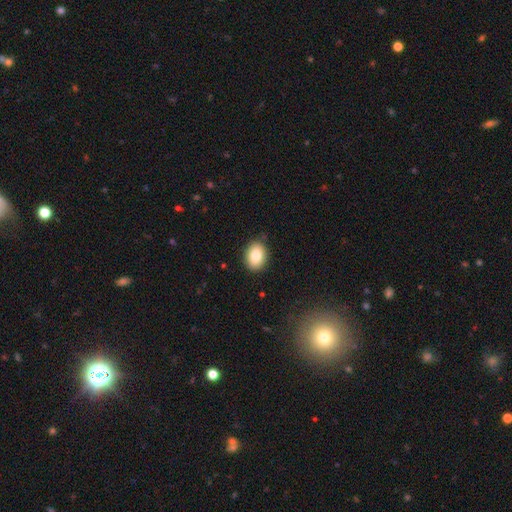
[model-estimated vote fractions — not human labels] smooth_or_featured: smooth (p=0.84) [alt: featured or disk p=0.08]
how_rounded: in between (p=0.69) [alt: round p=0.30]
merging: none (p=0.87) [alt: minor disturbance p=0.10]